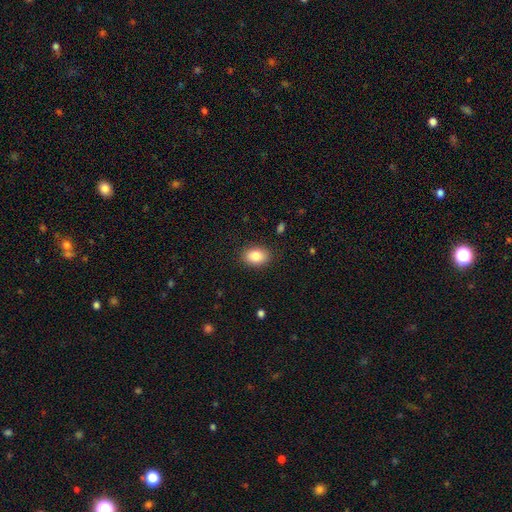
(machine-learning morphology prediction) This appears to be a smooth galaxy with no disk features (85%) that is in between round and cigar-shaped (77%). Merging: none (88%).